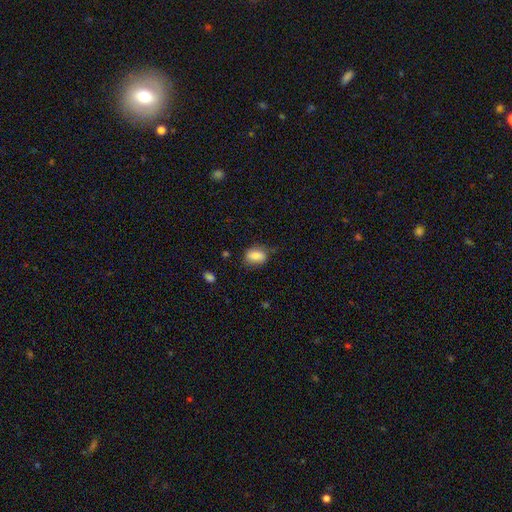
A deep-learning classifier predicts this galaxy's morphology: Smooth or featured: smooth — 84% (star or artifact — 8%)
How rounded: in between — 78% (round — 21%)
Merging: none — 66% (minor disturbance — 25%)